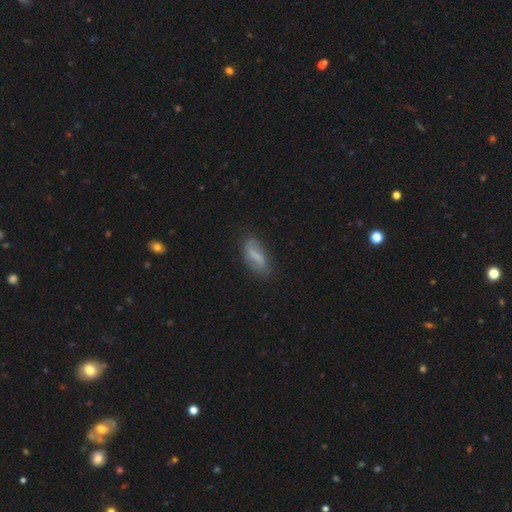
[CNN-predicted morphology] smooth-or-featured: smooth: 53% | featured or disk: 39% | star or artifact: 8%
  how-rounded: in between: 70% | cigar-shaped: 26% | round: 4%
  merging: none: 72% | minor disturbance: 20% | major disturbance: 6% | merger: 3%